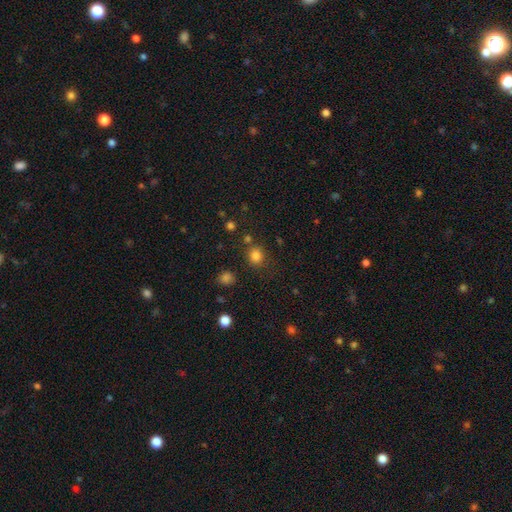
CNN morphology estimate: The model was most divided on "how rounded": round: 79%, in between: 20%, cigar-shaped: 1%. More confident: smooth or featured — smooth (81%); merging — none (77%).